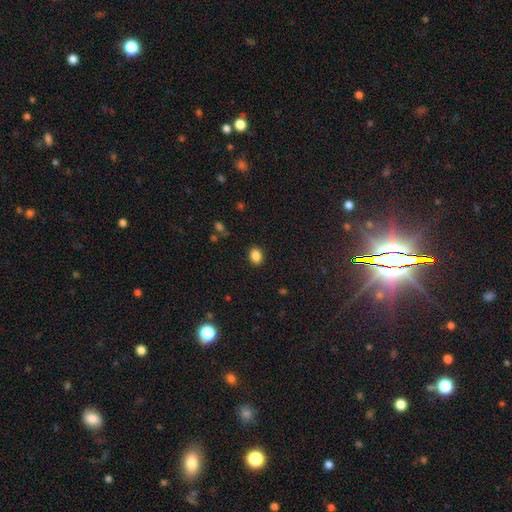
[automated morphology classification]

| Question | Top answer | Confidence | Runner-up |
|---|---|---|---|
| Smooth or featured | smooth | 87% | star or artifact (10%) |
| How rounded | in between | 68% | round (31%) |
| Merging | none | 88% | minor disturbance (8%) |